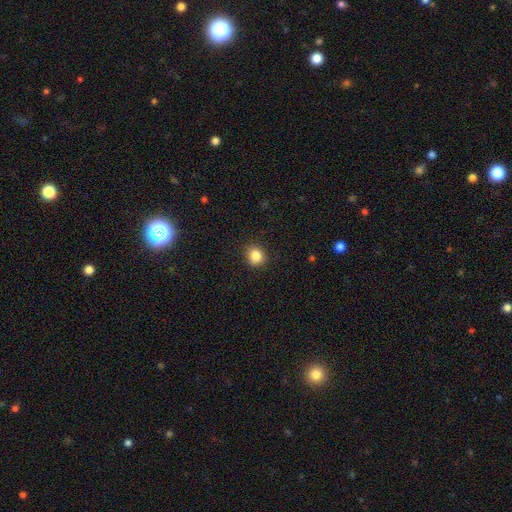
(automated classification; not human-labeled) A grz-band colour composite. It shows a smooth galaxy with no disk features (85%) that is round (82%). Merging: none (90%).